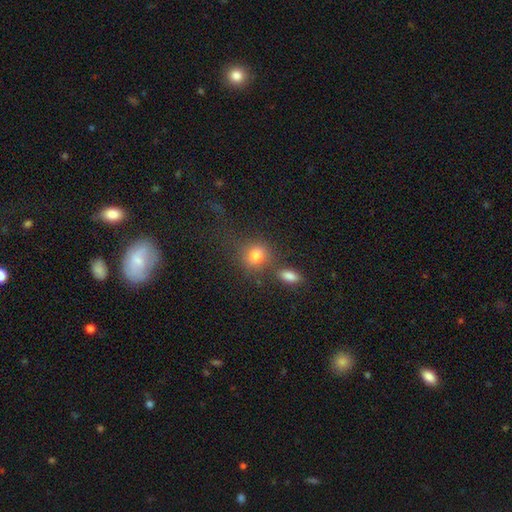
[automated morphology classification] Smooth or featured? Predicted: smooth (p=0.79). How rounded? Predicted: round (p=0.67). Merging? Predicted: none (p=0.57).